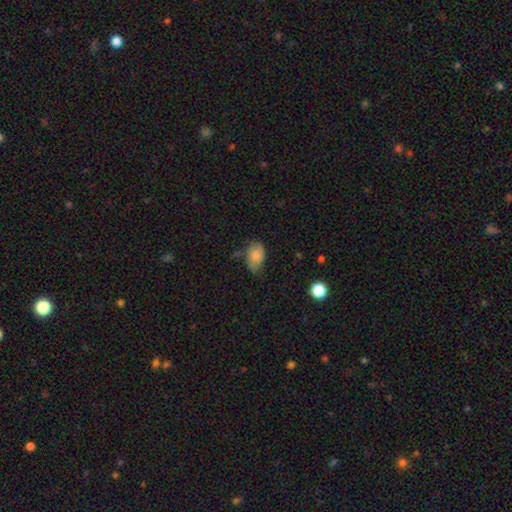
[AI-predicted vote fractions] smooth_or_featured: smooth (p=0.79) [alt: featured or disk p=0.13]
how_rounded: in between (p=0.88) [alt: round p=0.11]
merging: none (p=0.47) [alt: minor disturbance p=0.40]